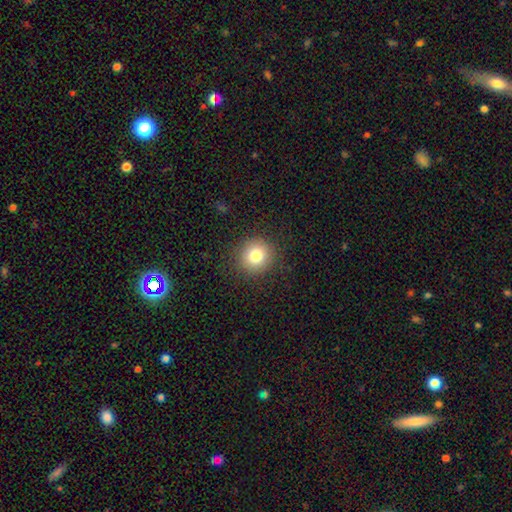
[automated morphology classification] The model was most divided on "smooth or featured": smooth: 80%, star or artifact: 12%, featured or disk: 9%. More confident: how rounded — round (92%); merging — none (89%).